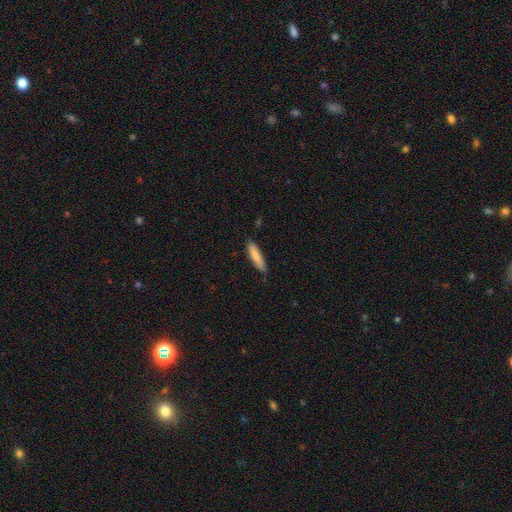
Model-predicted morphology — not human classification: Q: Smooth or featured?
A: smooth (83%); runner-up: featured or disk (11%)
Q: How rounded?
A: cigar-shaped (80%); runner-up: in between (19%)
Q: Merging?
A: none (83%); runner-up: minor disturbance (14%)